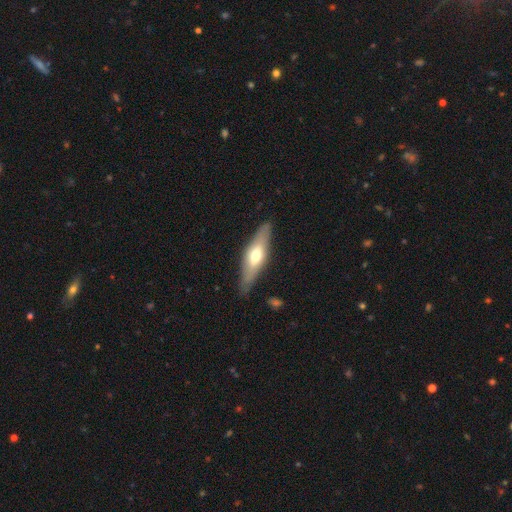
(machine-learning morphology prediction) smooth_or_featured: featured or disk (p=0.48) [alt: smooth p=0.47]
merging: none (p=0.82) [alt: minor disturbance p=0.13]